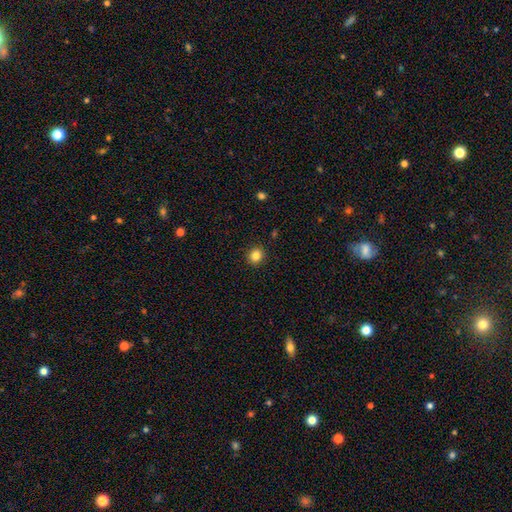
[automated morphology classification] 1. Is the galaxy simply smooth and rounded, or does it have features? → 84% smooth, 11% star or artifact, 5% featured or disk.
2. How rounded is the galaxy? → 81% round, 18% in between, 1% cigar-shaped.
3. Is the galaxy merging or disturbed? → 91% none, 6% minor disturbance, 2% major disturbance, 1% merger.